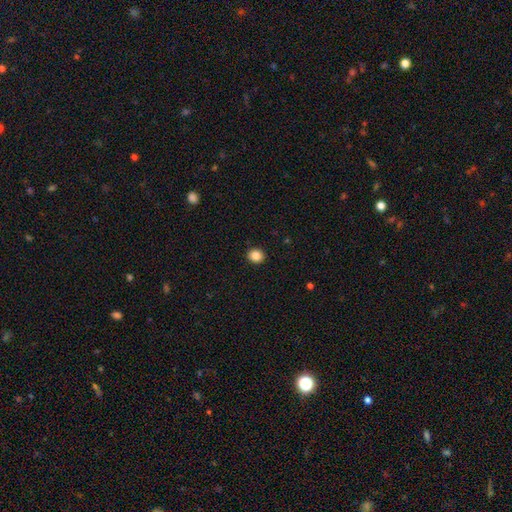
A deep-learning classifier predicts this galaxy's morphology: Q: Smooth or featured?
A: smooth (86%); runner-up: star or artifact (10%)
Q: How rounded?
A: round (82%); runner-up: in between (17%)
Q: Merging?
A: none (93%); runner-up: minor disturbance (5%)